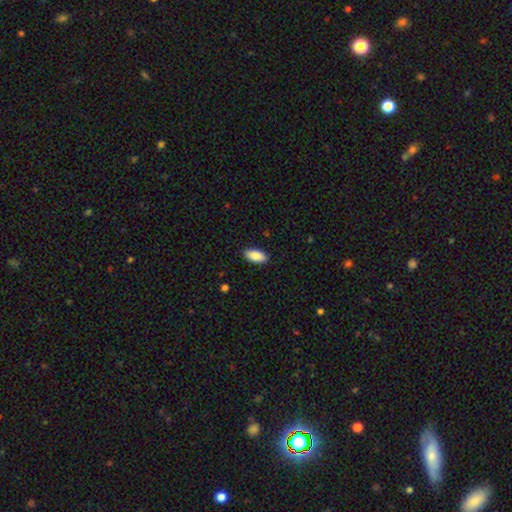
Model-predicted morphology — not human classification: A smooth galaxy with no disk features (91%) that is in between round and cigar-shaped (93%).

Vote fractions:
- Smooth or featured? smooth: 91% / star or artifact: 6% / featured or disk: 3%
- How rounded? in between: 93% / cigar-shaped: 5% / round: 2%
- Merging? none: 89% / minor disturbance: 8% / major disturbance: 2% / merger: 1%